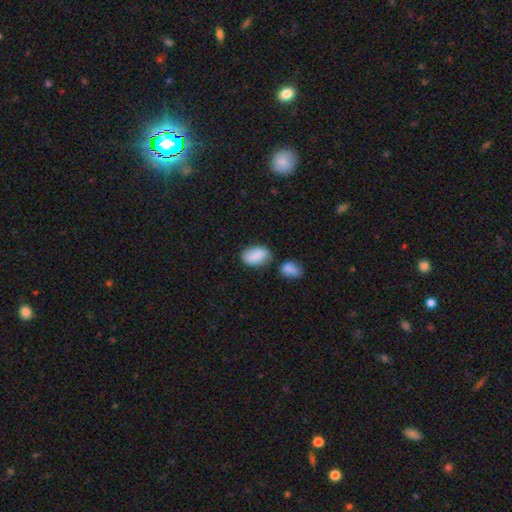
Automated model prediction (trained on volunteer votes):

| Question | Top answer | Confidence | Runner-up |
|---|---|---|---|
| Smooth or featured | smooth | 84% | featured or disk (9%) |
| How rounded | in between | 92% | round (7%) |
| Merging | none | 61% | merger (18%) |